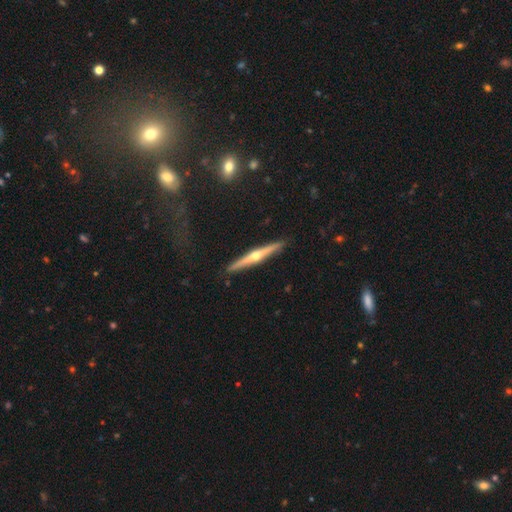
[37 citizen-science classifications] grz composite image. It shows a featured or disk galaxy (81%) viewed edge-on (100%) with a rounded central bulge (93%). Merging: none (94%).